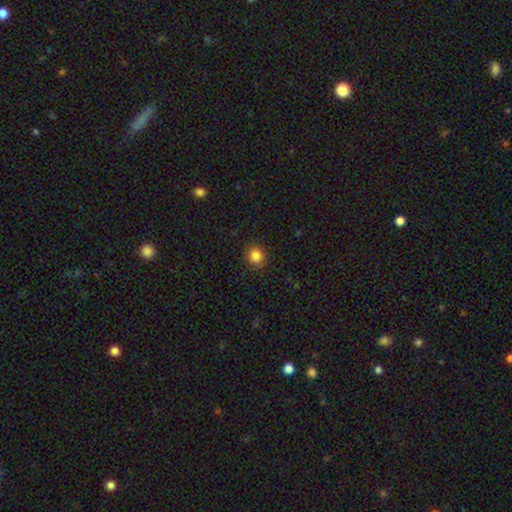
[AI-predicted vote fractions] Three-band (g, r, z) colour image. It shows a smooth galaxy with no disk features (85%) that is round (84%). Merging: none (90%).